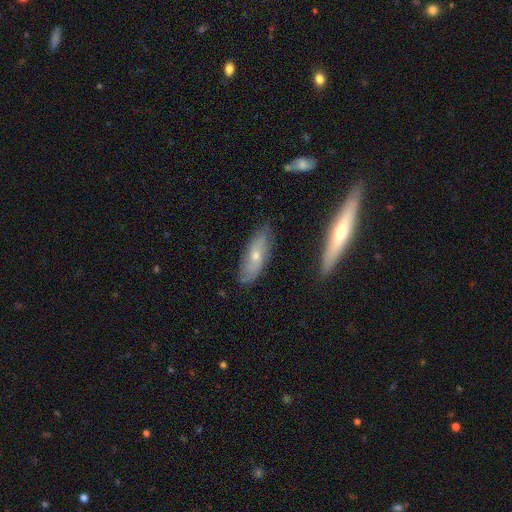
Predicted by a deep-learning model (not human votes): Smooth or featured? featured or disk (56%)
Edge-on disk? no (68%)
Merging? none (79%)